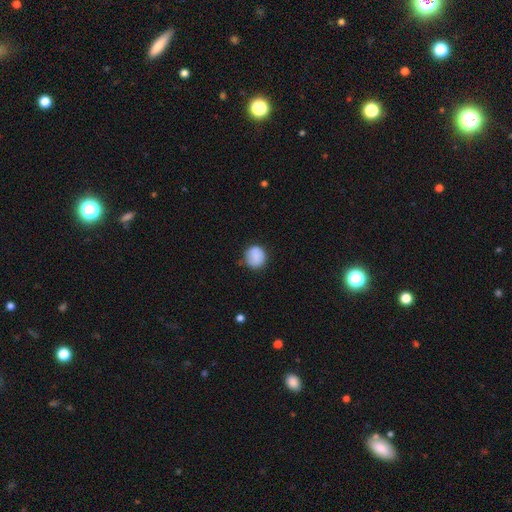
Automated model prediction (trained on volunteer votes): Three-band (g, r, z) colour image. It shows a smooth galaxy with no disk features (84%) that is round (86%). Merging: none (78%).